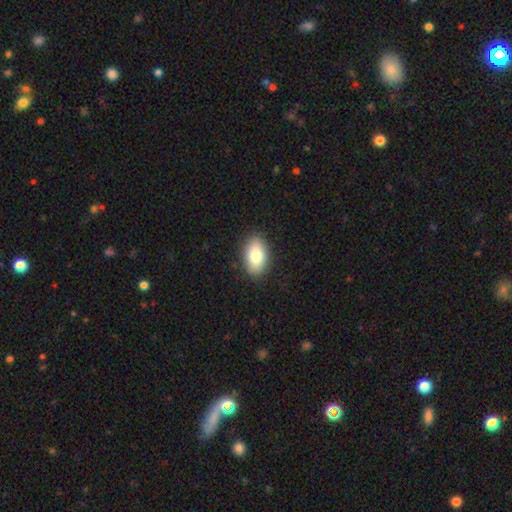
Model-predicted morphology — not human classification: Q: Smooth or featured?
A: smooth (81%); runner-up: featured or disk (11%)
Q: How rounded?
A: in between (90%); runner-up: round (8%)
Q: Merging?
A: none (88%); runner-up: minor disturbance (9%)